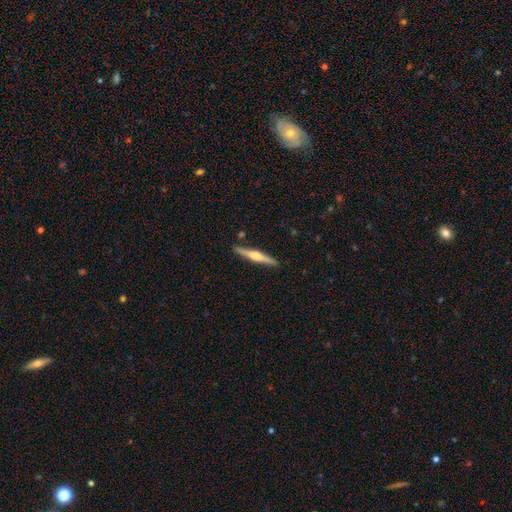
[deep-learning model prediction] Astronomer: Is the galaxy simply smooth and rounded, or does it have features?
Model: featured or disk — 66%.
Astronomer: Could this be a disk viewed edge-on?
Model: yes — 98%.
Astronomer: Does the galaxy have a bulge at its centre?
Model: rounded — 89%.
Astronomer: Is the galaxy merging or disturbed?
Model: none — 90%.